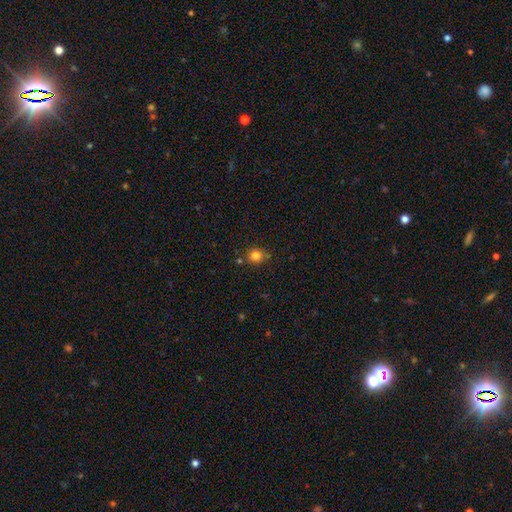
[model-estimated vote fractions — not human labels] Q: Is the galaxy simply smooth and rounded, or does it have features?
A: smooth — 81%.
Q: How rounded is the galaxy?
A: round — 84%.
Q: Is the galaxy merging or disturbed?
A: none — 75%.